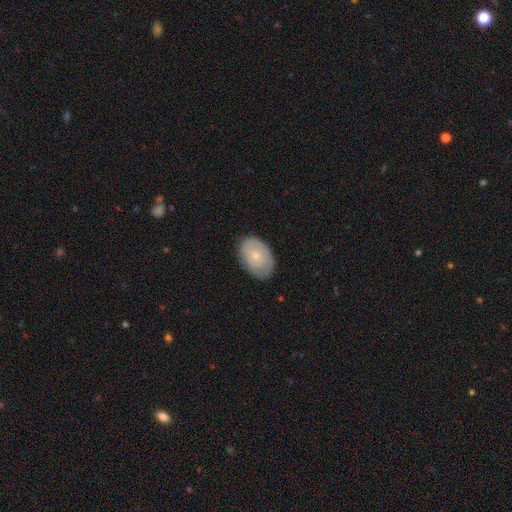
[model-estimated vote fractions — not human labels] smooth-or-featured: smooth: 58% | featured or disk: 36% | star or artifact: 6%
  how-rounded: in between: 84% | round: 15% | cigar-shaped: 1%
  merging: none: 78% | minor disturbance: 17% | major disturbance: 4% | merger: 1%